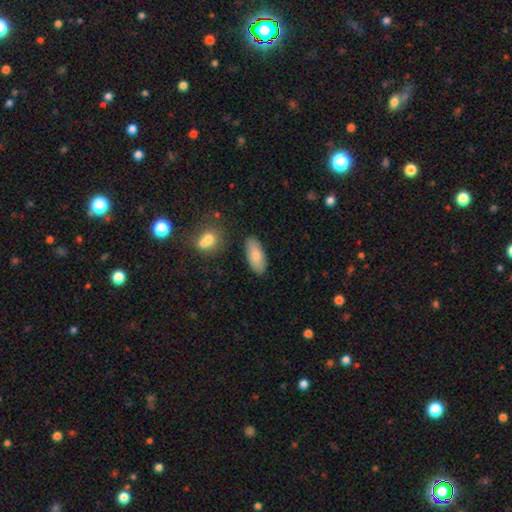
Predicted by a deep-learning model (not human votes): This appears to be a smooth galaxy with no disk features (79%) that is in between round and cigar-shaped (86%). Merging: none (84%).